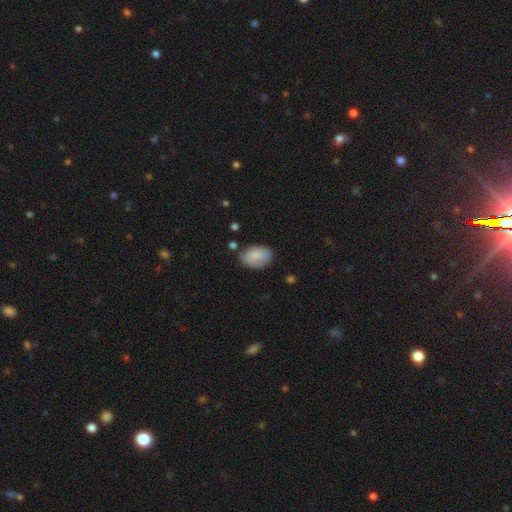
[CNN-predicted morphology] This appears to be a smooth galaxy with no disk features (83%) that is in between round and cigar-shaped (83%). Merging: none (68%).